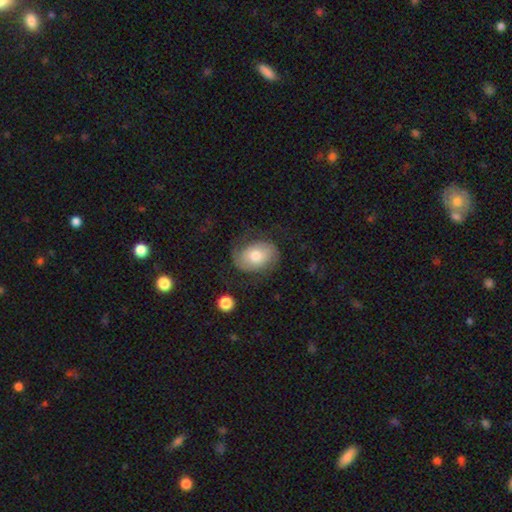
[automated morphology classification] Smooth or featured? smooth (49%)
Merging? none (63%)